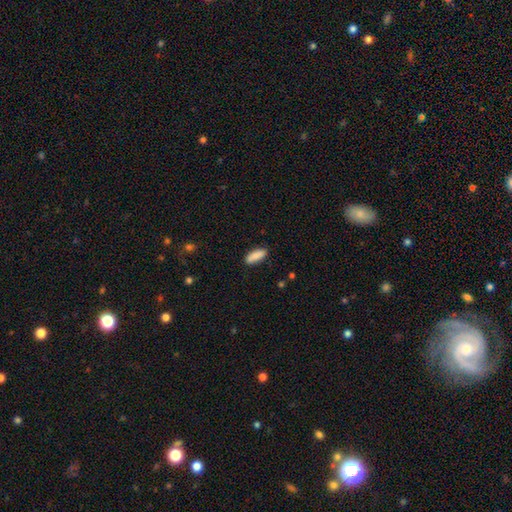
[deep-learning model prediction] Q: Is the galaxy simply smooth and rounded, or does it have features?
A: smooth — 87%.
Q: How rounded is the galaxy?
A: in between — 66%.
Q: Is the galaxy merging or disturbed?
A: none — 86%.